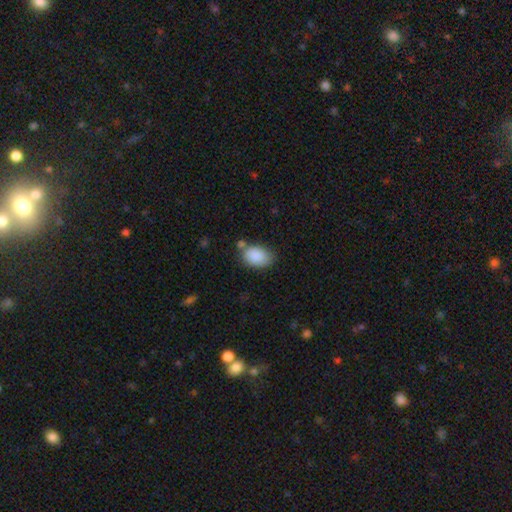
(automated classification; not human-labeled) This is clearly a smooth galaxy (87%). How rounded: clearly in between (86%). Merging: likely none (61%).